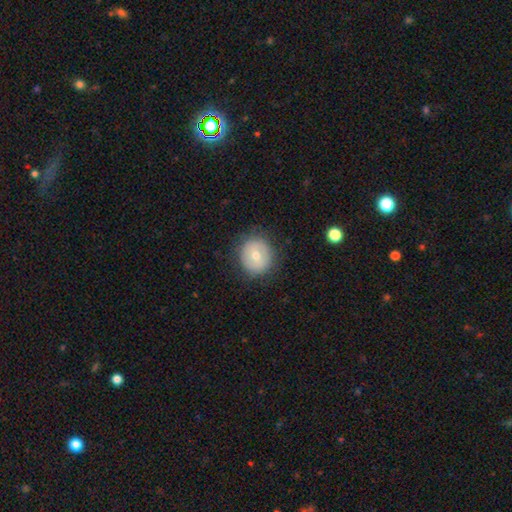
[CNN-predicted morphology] Overall: smooth (62%; featured or disk 30%). How rounded: round (88%). Merging: none (84%).